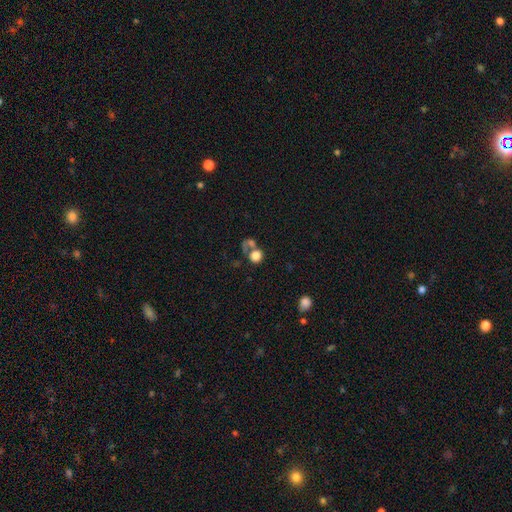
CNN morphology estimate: smooth 75%, star or artifact 12%, featured or disk 12%. Down the decision tree: how rounded — round (83%); merging — none (41%, tied with merger).